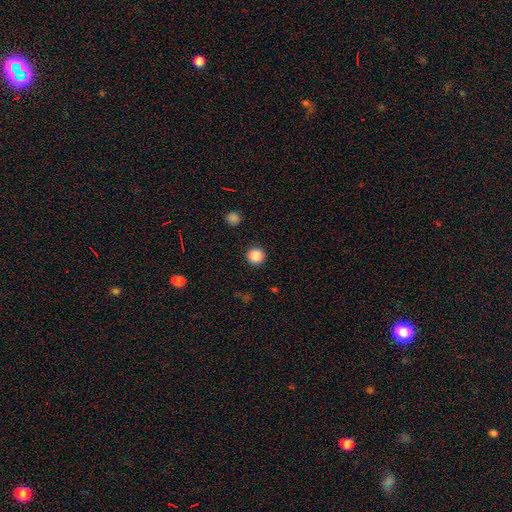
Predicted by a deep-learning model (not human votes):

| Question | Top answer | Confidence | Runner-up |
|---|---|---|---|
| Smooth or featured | smooth | 87% | star or artifact (10%) |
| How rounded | round | 95% | in between (4%) |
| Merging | none | 92% | minor disturbance (5%) |